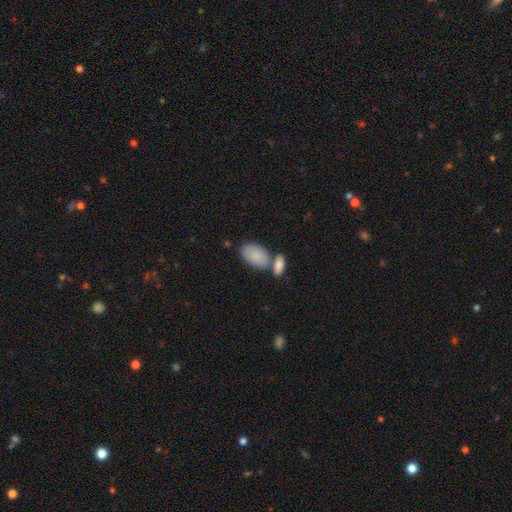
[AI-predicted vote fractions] Smooth or featured? smooth (83%)
How rounded? in between (93%)
Merging? none (53%)